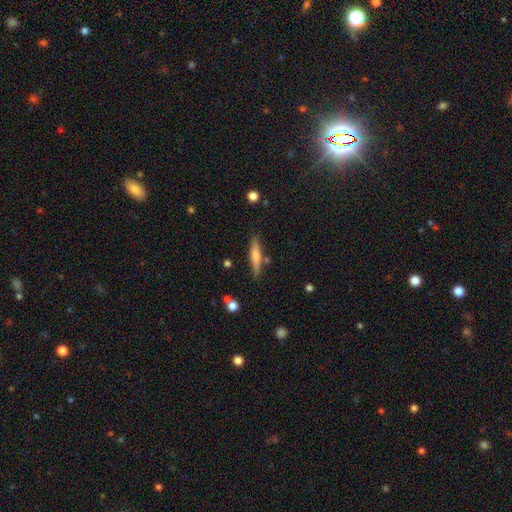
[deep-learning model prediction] Morphology: type=smooth (56%); roundness=cigar-shaped (85%); merging=none (80%).